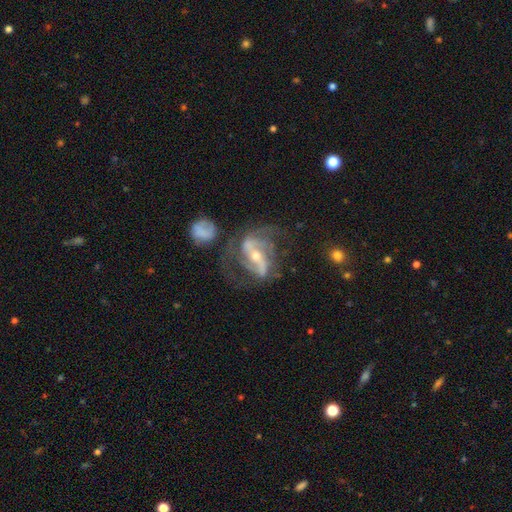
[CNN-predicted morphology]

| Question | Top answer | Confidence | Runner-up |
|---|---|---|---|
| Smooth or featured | featured or disk | 87% | star or artifact (7%) |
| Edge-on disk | no | 95% | yes (5%) |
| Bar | strong | 61% | weak (25%) |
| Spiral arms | yes | 92% | no (8%) |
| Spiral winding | medium | 46% | loose (34%) |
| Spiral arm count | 2 | 77% | can't tell (9%) |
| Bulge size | small | 48% | tied: moderate (48%) |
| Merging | none | 49% | major disturbance (23%) |